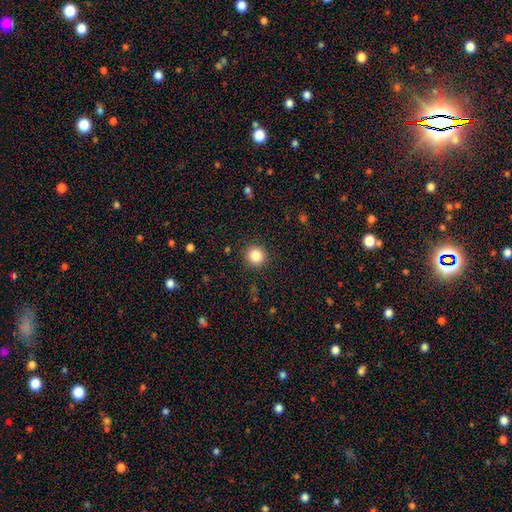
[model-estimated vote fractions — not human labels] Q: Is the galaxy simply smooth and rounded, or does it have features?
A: smooth — 85%.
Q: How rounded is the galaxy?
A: round — 93%.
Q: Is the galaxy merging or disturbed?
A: none — 91%.